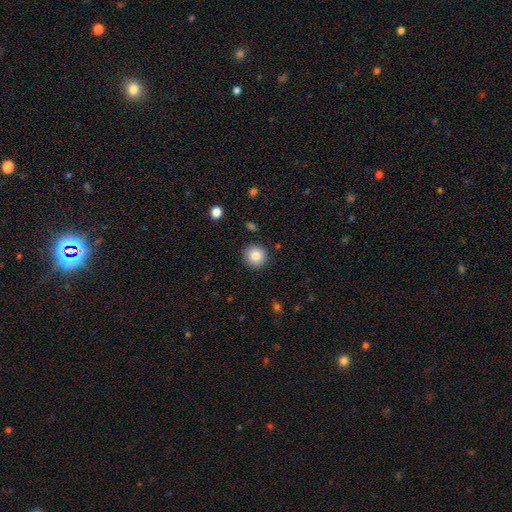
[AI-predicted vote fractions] This appears to be a smooth galaxy with no disk features (86%) that is round (93%). Merging: none (89%).